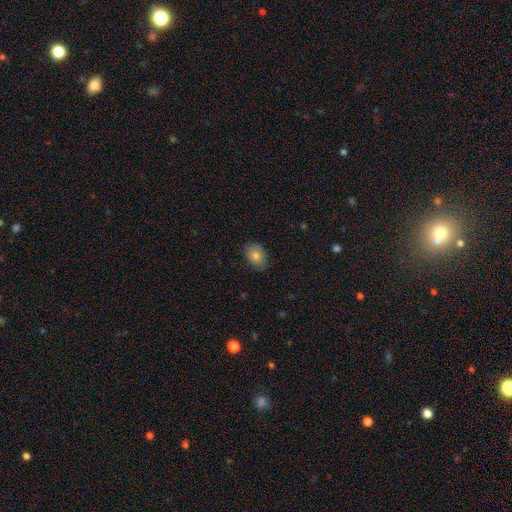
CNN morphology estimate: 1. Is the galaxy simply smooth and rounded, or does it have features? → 80% smooth, 12% featured or disk, 8% star or artifact.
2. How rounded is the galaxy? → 75% in between, 24% round, 1% cigar-shaped.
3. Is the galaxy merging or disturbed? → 81% none, 15% minor disturbance, 3% major disturbance, 1% merger.